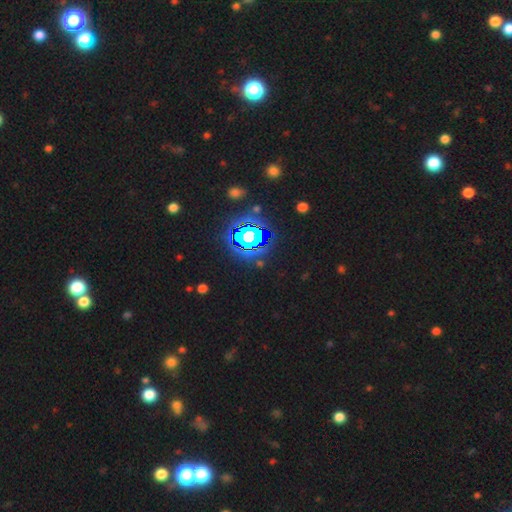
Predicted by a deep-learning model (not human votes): A star or artifact, not a galaxy (81%).